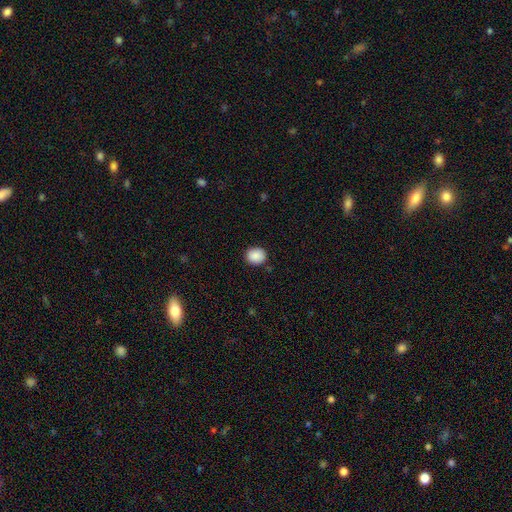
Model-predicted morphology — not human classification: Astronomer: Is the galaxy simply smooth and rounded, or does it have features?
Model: smooth — 89%.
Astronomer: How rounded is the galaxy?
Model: round — 71%.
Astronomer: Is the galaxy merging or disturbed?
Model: none — 87%.